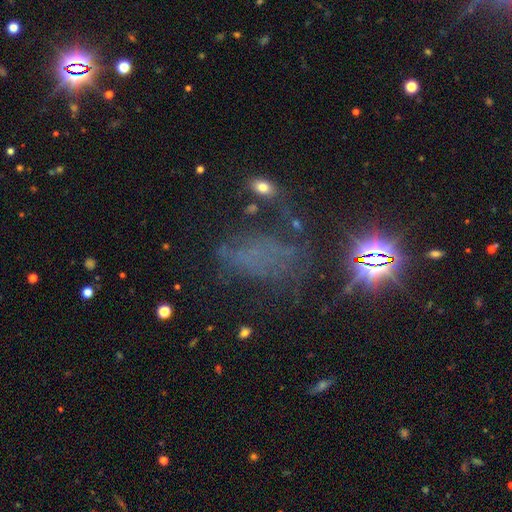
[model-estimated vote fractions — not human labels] A star or artifact, not a galaxy (46%).